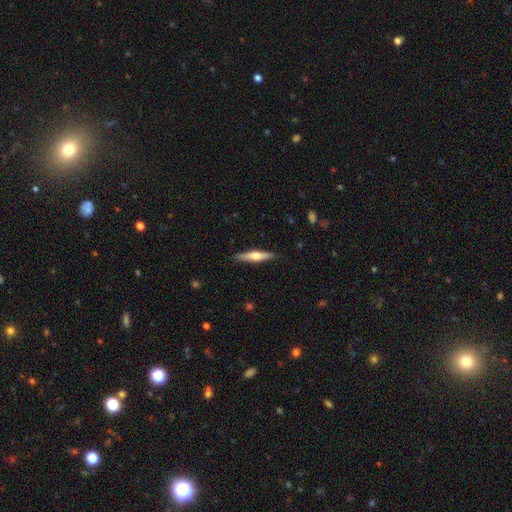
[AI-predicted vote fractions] featured or disk 53%, smooth 42%, star or artifact 5%. Down the decision tree: edge-on disk — yes (94%); edge-on bulge — rounded (90%); merging — none (88%).